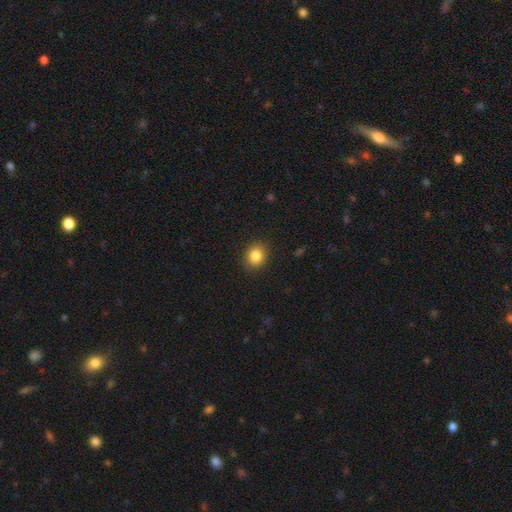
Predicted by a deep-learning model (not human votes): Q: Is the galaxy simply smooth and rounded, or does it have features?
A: smooth — 85%.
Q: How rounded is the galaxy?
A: round — 65%.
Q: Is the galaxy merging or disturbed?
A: none — 89%.